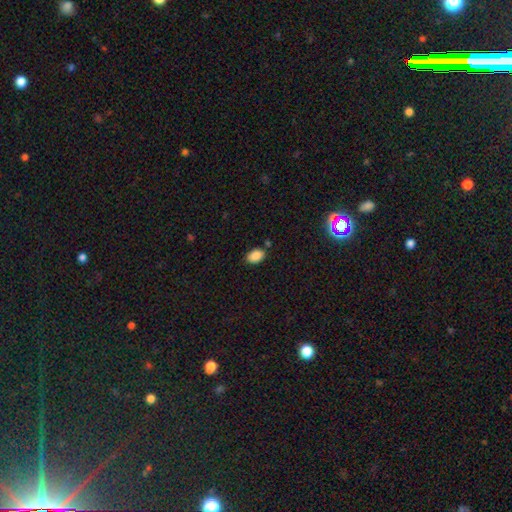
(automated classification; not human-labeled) smooth_or_featured: smooth (p=0.88) [alt: star or artifact p=0.09]
how_rounded: in between (p=0.86) [alt: round p=0.13]
merging: none (p=0.79) [alt: minor disturbance p=0.14]